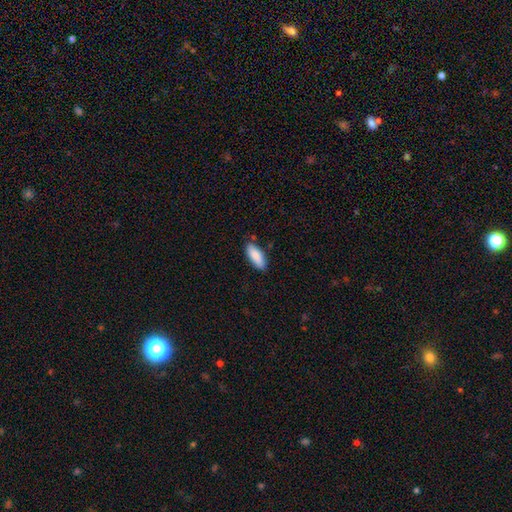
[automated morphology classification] The model was most divided on "how rounded": in between: 78%, cigar-shaped: 20%, round: 2%. More confident: smooth or featured — smooth (88%); merging — none (82%).